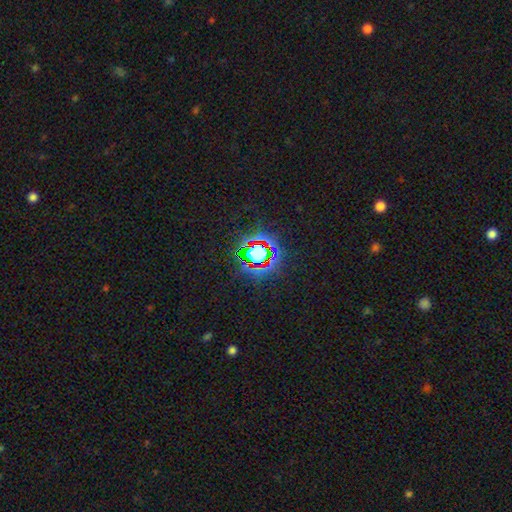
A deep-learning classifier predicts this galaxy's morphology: smooth-or-featured: star or artifact: 72% | smooth: 17% | featured or disk: 11%